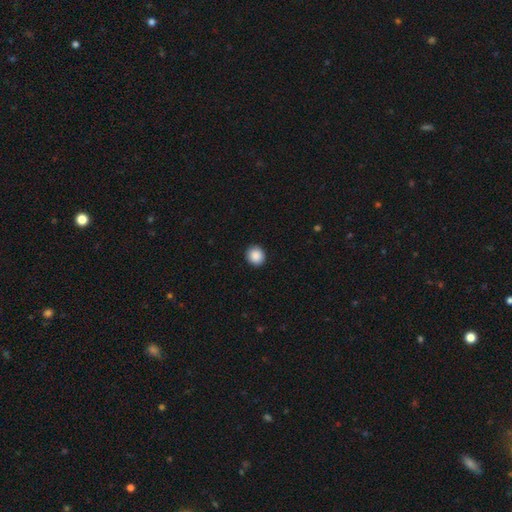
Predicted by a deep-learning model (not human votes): Smooth or featured? smooth (89%)
How rounded? round (91%)
Merging? none (92%)